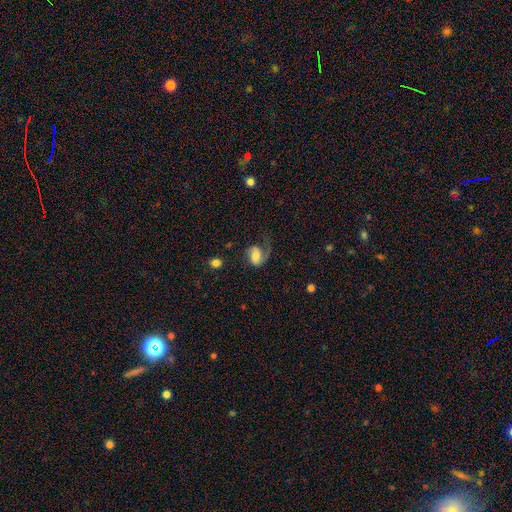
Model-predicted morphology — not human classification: smooth_or_featured: featured or disk (p=0.66) [alt: smooth p=0.26]
disk_edge_on: no (p=0.97) [alt: yes p=0.03]
bar: no (p=0.49) [alt: weak p=0.37]
has_spiral_arms: yes (p=0.92) [alt: no p=0.08]
spiral_winding: loose (p=0.44) [alt: medium p=0.40]
spiral_arm_count: 1 (p=0.48) [alt: 2 p=0.46]
bulge_size: moderate (p=0.38) [alt: small p=0.25]
merging: none (p=0.44) [alt: major disturbance p=0.33]